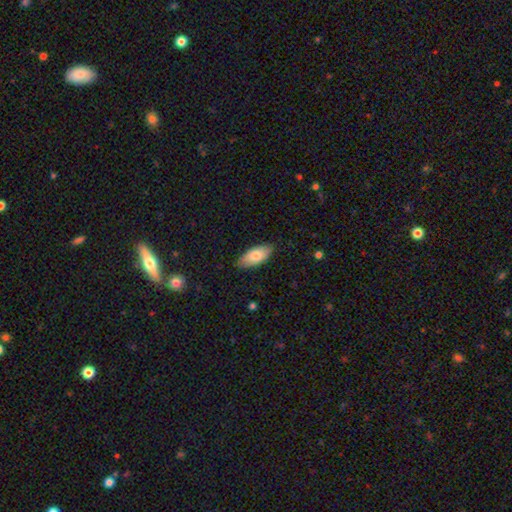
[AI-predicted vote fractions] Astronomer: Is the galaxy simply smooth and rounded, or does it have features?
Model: smooth — 81%.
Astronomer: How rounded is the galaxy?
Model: in between — 89%.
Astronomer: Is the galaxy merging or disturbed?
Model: none — 84%.